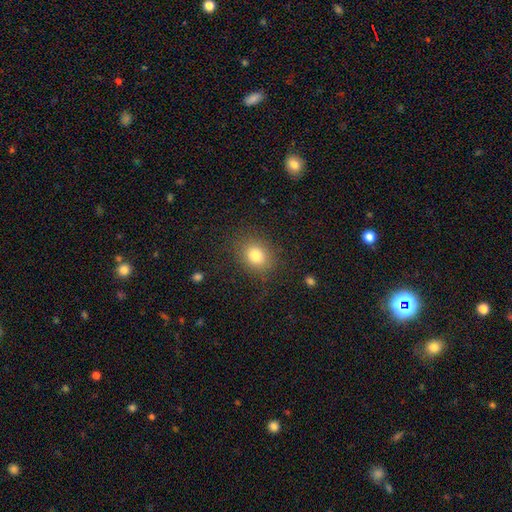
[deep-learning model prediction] A smooth galaxy with no disk features (80%) that is round (57%). Merging: none (82%).